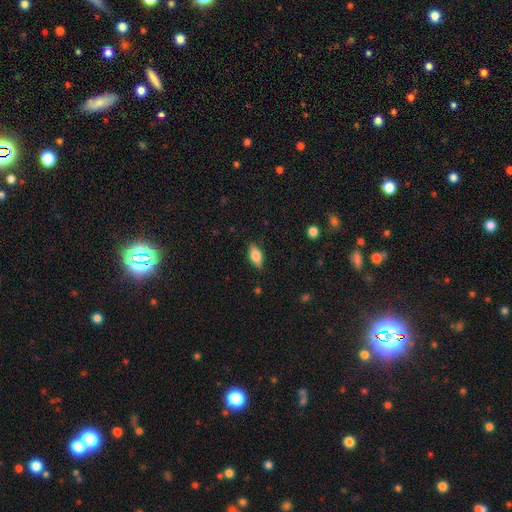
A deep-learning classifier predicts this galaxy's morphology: Smooth or featured? Predicted: smooth (p=0.65). How rounded? Predicted: in between (p=0.83). Merging? Predicted: none (p=0.84).